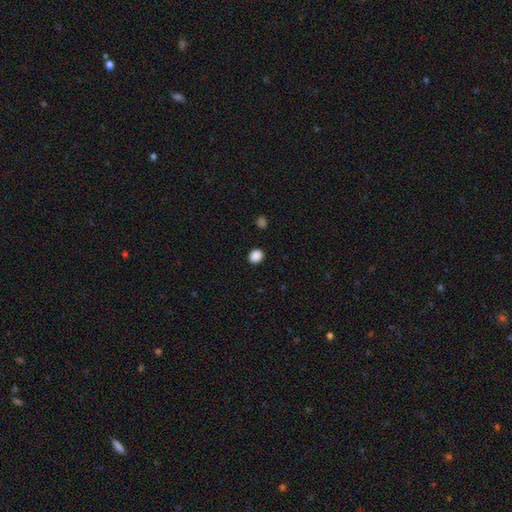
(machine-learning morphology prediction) Q: Smooth or featured?
A: smooth (88%); runner-up: star or artifact (10%)
Q: How rounded?
A: round (63%); runner-up: in between (37%)
Q: Merging?
A: none (90%); runner-up: minor disturbance (6%)